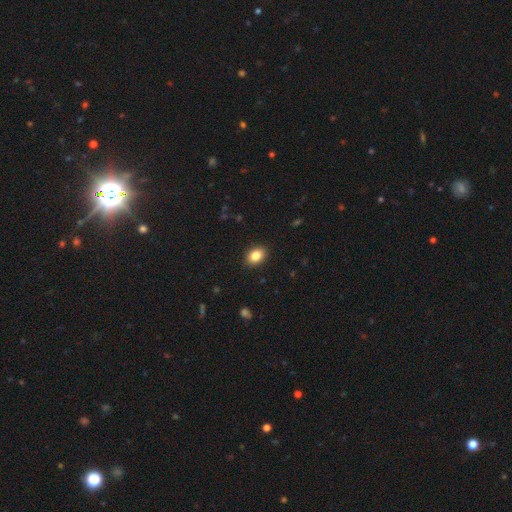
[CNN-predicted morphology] smooth 86%, star or artifact 9%, featured or disk 6%. Down the decision tree: how rounded — in between (75%); merging — none (90%).